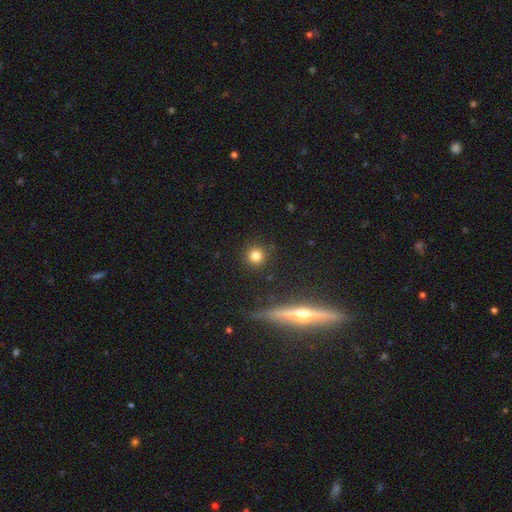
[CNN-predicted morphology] A smooth galaxy with no disk features (80%) that is round (94%).

Vote fractions:
- Smooth or featured? smooth: 80% / star or artifact: 12% / featured or disk: 7%
- How rounded? round: 94% / in between: 5% / cigar-shaped: 1%
- Merging? none: 89% / minor disturbance: 6% / major disturbance: 2% / merger: 2%